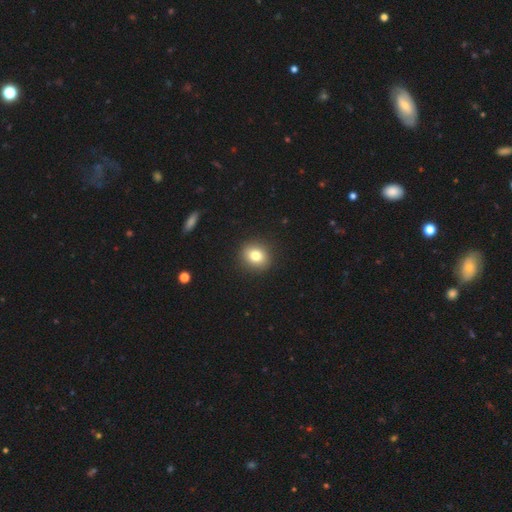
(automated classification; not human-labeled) Smooth or featured?
  - smooth: 80% *
  - star or artifact: 11%
  - featured or disk: 9%
How rounded?
  - round: 72% *
  - in between: 27%
  - cigar-shaped: 1%
Merging?
  - none: 90% *
  - minor disturbance: 6%
  - major disturbance: 2%
  - merger: 1%